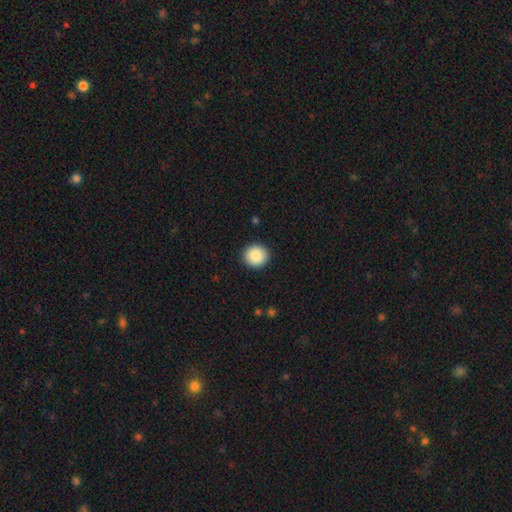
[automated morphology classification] smooth 88%, star or artifact 8%, featured or disk 4%. Down the decision tree: how rounded — round (92%); merging — none (92%).